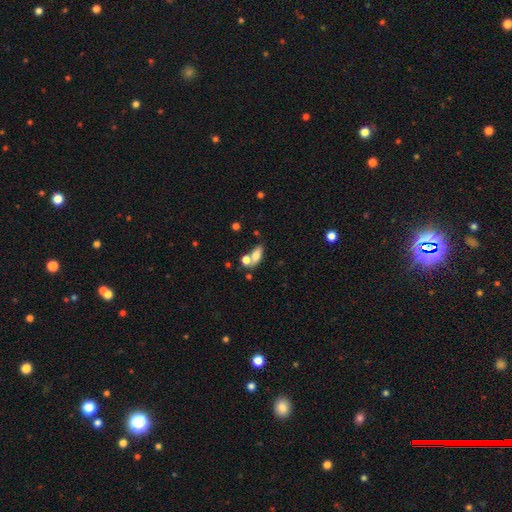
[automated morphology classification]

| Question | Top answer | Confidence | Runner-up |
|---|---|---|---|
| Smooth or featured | smooth | 73% | featured or disk (17%) |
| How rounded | in between | 79% | cigar-shaped (12%) |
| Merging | none | 43% | merger (38%) |